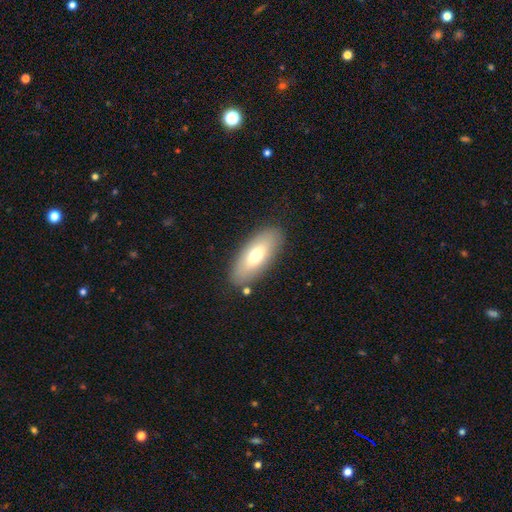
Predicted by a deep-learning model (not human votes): smooth 68%, featured or disk 25%, star or artifact 7%. Down the decision tree: how rounded — in between (79%); merging — none (85%).